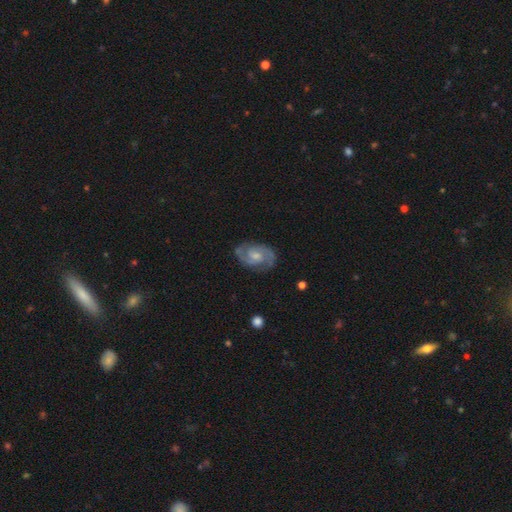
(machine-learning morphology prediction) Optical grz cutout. It shows a featured or disk galaxy (86%) with a weak bar (47%), 2 (89%) medium (51%) spiral arms (97%) and a small central bulge (48%). Merging: none (80%).